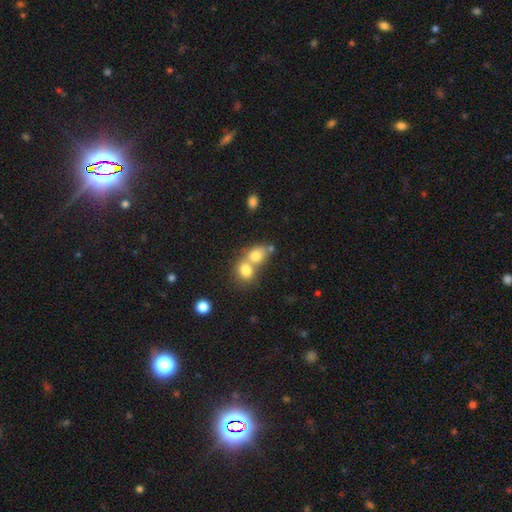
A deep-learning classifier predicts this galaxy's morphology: A smooth galaxy with no disk features (76%) that is in between round and cigar-shaped (51%).

Vote fractions:
- Smooth or featured? smooth: 76% / featured or disk: 14% / star or artifact: 10%
- How rounded? in between: 51% / round: 47% / cigar-shaped: 1%
- Merging? merger: 66% / none: 24% / minor disturbance: 6% / major disturbance: 3%